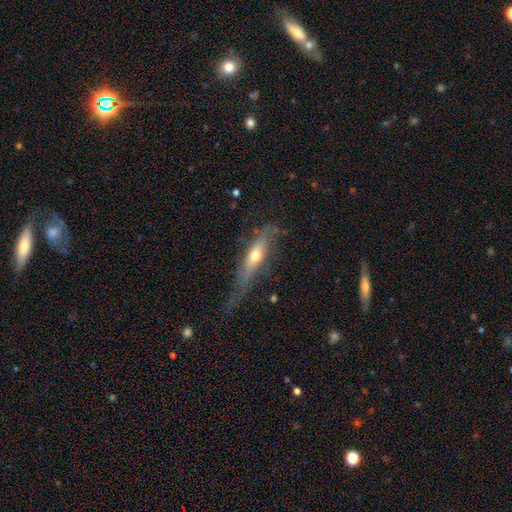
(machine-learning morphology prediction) Smooth or featured? featured or disk (55%)
Edge-on disk? yes (74%)
Merging? none (42%)